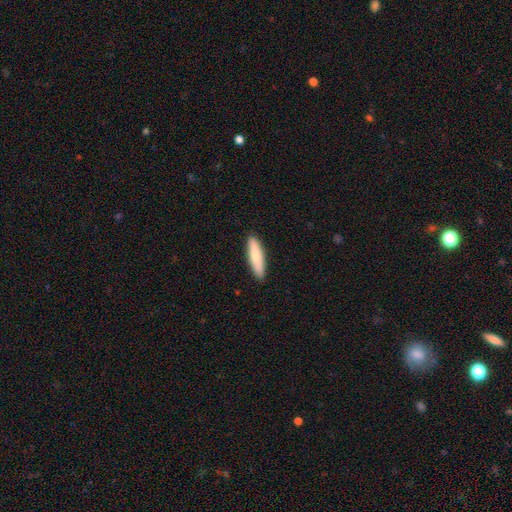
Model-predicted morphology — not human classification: A smooth galaxy with no disk features (80%) that is cigar-shaped (72%). Merging: none (90%).